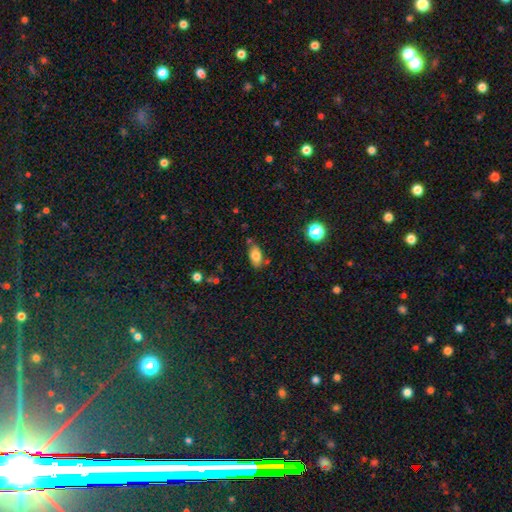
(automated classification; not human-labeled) Morphology: type=smooth (80%); roundness=in between (90%); merging=none (74%).